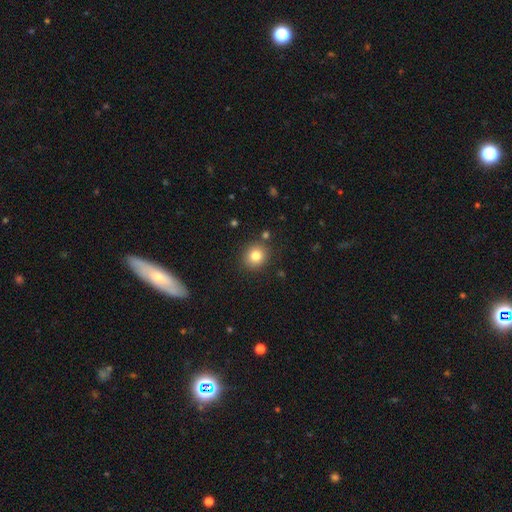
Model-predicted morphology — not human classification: This is clearly a smooth galaxy (81%). How rounded: clearly round (84%). Merging: clearly none (87%).